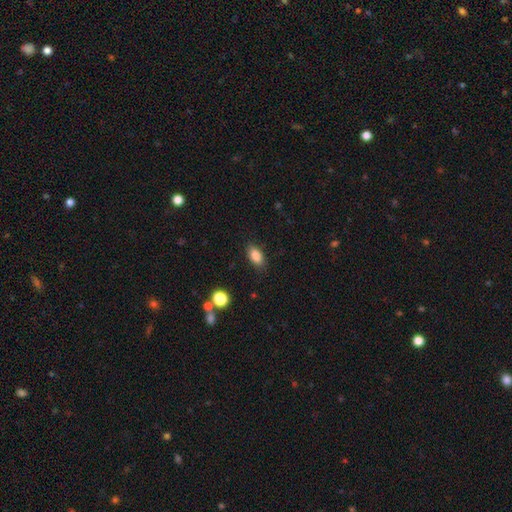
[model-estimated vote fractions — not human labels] Overall: smooth (85%). How rounded: in between (88%). Merging: none (85%).